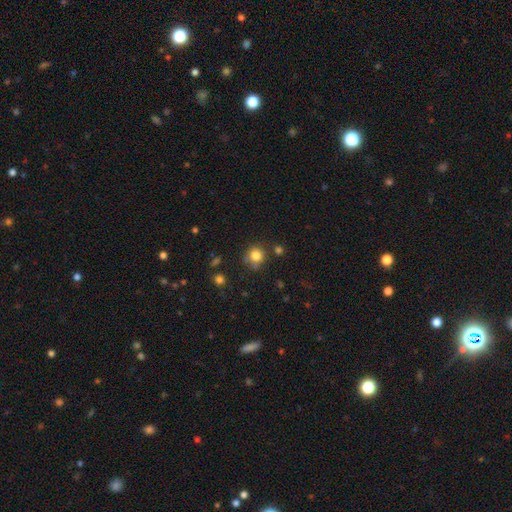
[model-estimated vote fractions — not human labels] Q: Smooth or featured?
A: smooth (82%); runner-up: star or artifact (12%)
Q: How rounded?
A: round (91%); runner-up: in between (9%)
Q: Merging?
A: none (75%); runner-up: minor disturbance (13%)